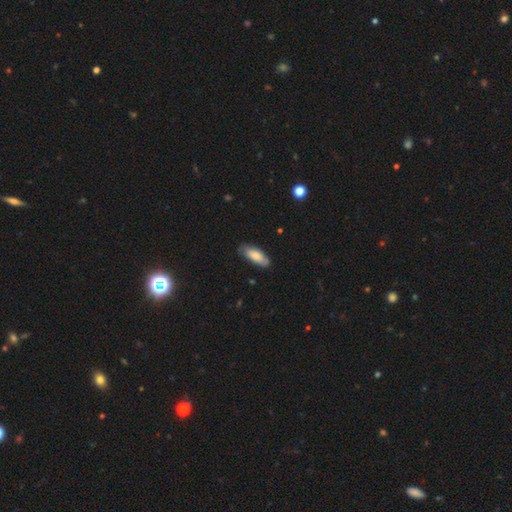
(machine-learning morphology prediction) Smooth or featured: smooth — 78% (featured or disk — 16%)
How rounded: in between — 73% (cigar-shaped — 25%)
Merging: none — 74% (minor disturbance — 21%)